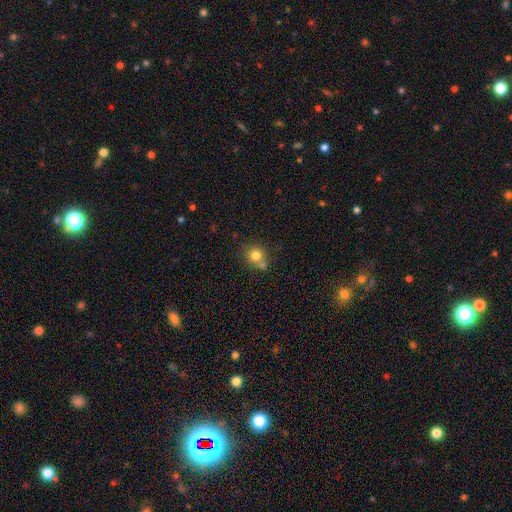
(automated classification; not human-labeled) A smooth galaxy with no disk features (78%) that is round (85%). Merging: none (58%).